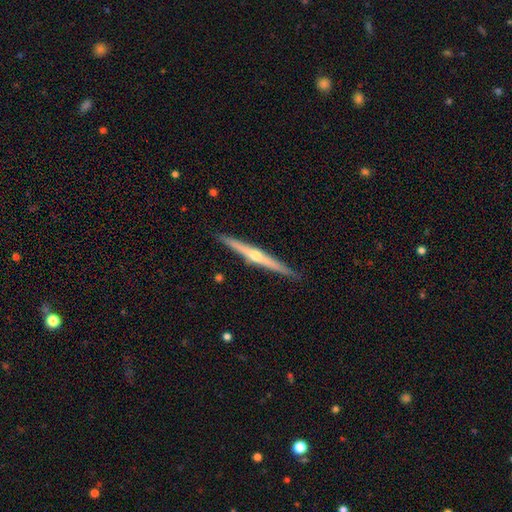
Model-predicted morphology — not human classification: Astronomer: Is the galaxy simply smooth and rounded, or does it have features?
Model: featured or disk — 77%.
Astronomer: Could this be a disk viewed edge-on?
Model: yes — 98%.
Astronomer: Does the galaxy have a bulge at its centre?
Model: rounded — 86%.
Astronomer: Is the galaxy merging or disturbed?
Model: none — 92%.